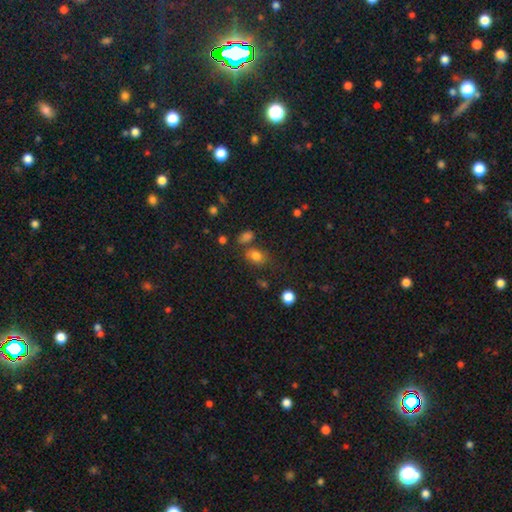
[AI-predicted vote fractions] smooth_or_featured: smooth (p=0.78) [alt: star or artifact p=0.14]
how_rounded: in between (p=0.66) [alt: round p=0.33]
merging: none (p=0.63) [alt: minor disturbance p=0.17]